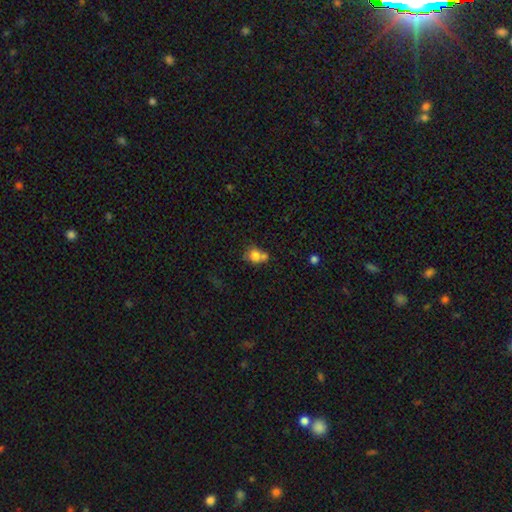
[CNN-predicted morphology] This appears to be a smooth galaxy with no disk features (76%) that is round (68%). Merging: merger (41%).